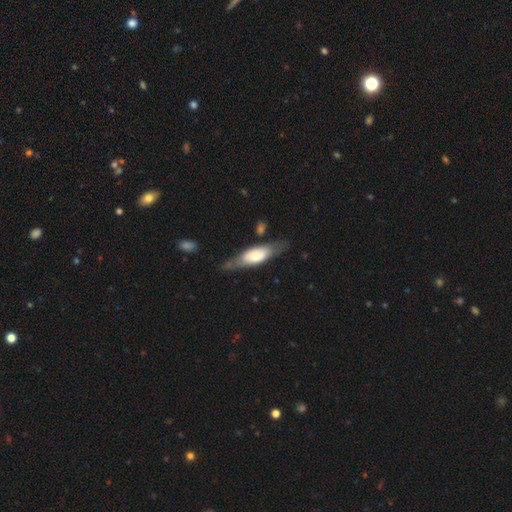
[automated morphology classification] This appears to be a smooth galaxy with no disk features (50%). Merging: none (68%).